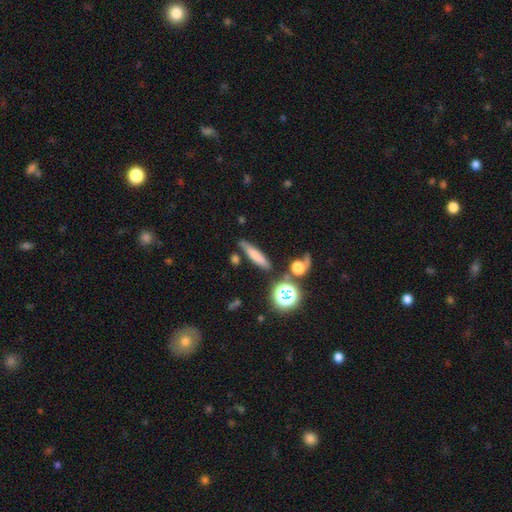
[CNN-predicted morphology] smooth 67%, featured or disk 20%, star or artifact 13%. Down the decision tree: how rounded — cigar-shaped (79%); merging — none (74%).